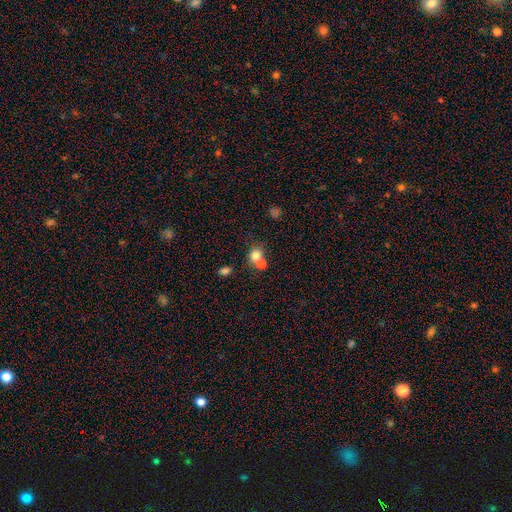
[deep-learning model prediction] smooth_or_featured: smooth (p=0.76) [alt: star or artifact p=0.13]
how_rounded: round (p=0.74) [alt: in between p=0.25]
merging: merger (p=0.46) [alt: none p=0.42]